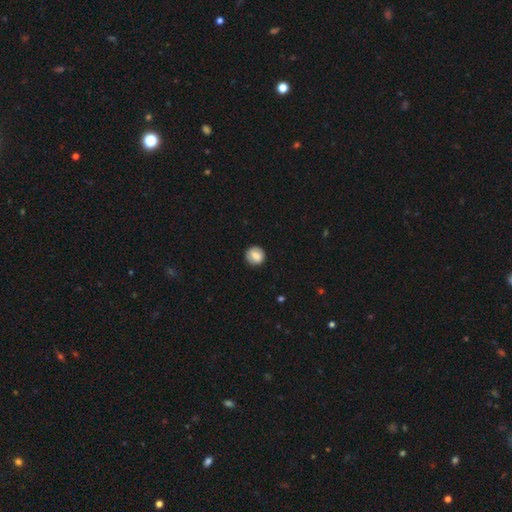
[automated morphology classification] A smooth galaxy with no disk features (78%) that is round (87%).

Vote fractions:
- Smooth or featured? smooth: 78% / featured or disk: 14% / star or artifact: 8%
- How rounded? round: 87% / in between: 12% / cigar-shaped: 1%
- Merging? none: 86% / minor disturbance: 11% / major disturbance: 3% / merger: 1%